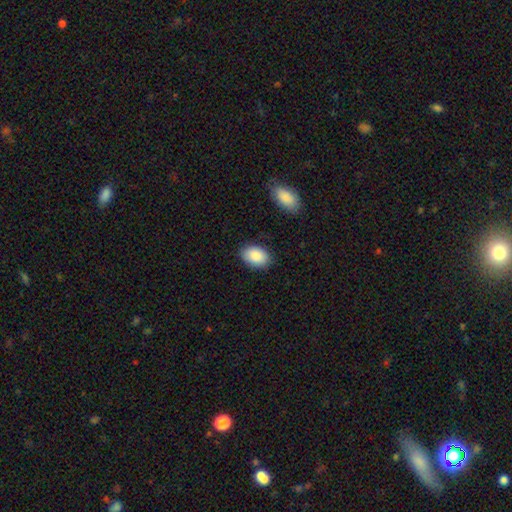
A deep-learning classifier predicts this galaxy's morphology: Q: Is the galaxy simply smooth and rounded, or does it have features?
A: smooth — 89%.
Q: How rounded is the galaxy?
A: in between — 88%.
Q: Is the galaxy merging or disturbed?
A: none — 85%.